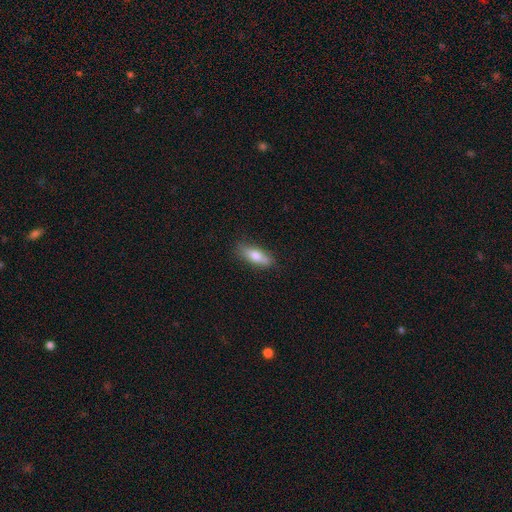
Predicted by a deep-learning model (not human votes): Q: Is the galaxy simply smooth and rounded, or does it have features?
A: smooth — 75%.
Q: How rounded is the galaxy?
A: in between — 64%.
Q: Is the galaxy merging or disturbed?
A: none — 76%.